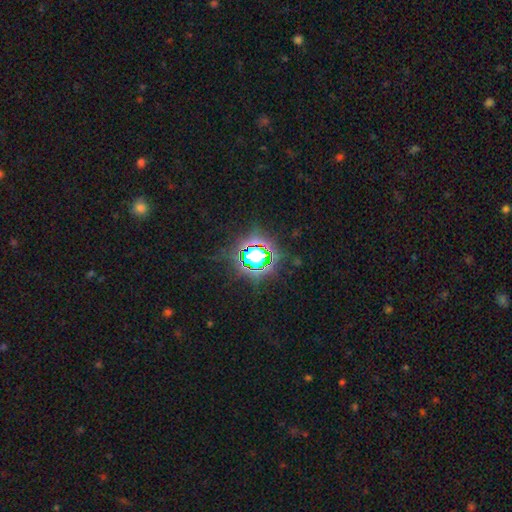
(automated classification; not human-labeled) A star or artifact, not a galaxy (76%).